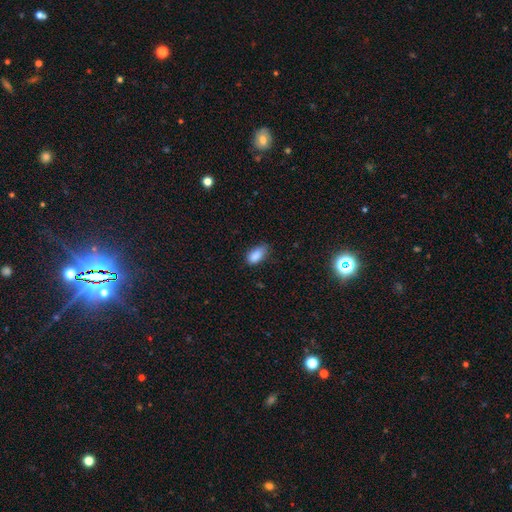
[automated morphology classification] Smooth or featured? smooth (87%)
How rounded? in between (91%)
Merging? none (63%)